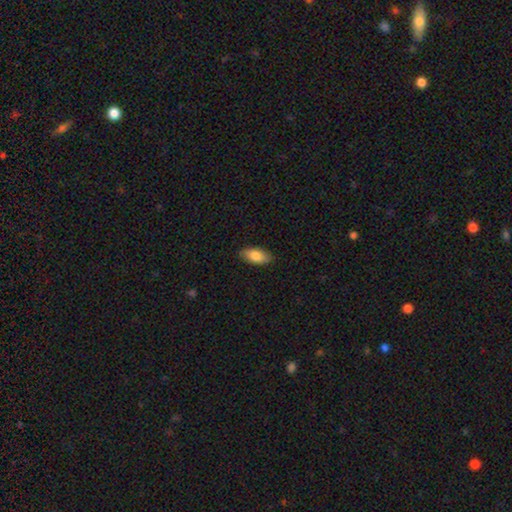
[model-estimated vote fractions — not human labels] This appears to be a smooth galaxy with no disk features (81%) that is in between round and cigar-shaped (90%). Merging: none (86%).